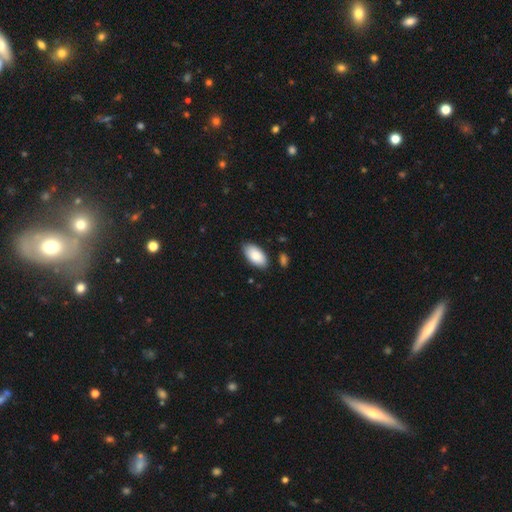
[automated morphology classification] smooth_or_featured: smooth (p=0.88) [alt: featured or disk p=0.06]
how_rounded: in between (p=0.95) [alt: cigar-shaped p=0.03]
merging: none (p=0.85) [alt: minor disturbance p=0.11]